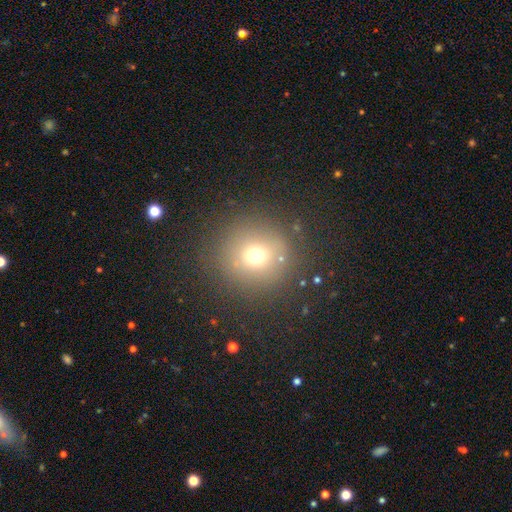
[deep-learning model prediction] A smooth galaxy with no disk features (68%) that is round (93%).

Vote fractions:
- Smooth or featured? smooth: 68% / star or artifact: 20% / featured or disk: 12%
- How rounded? round: 93% / in between: 6% / cigar-shaped: 1%
- Merging? none: 85% / minor disturbance: 8% / major disturbance: 4% / merger: 2%